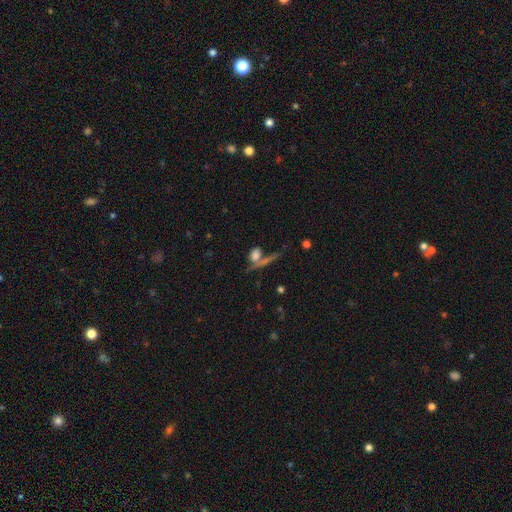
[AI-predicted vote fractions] Q: Smooth or featured?
A: smooth (68%); runner-up: featured or disk (18%)
Q: How rounded?
A: in between (48%); runner-up: round (32%)
Q: Merging?
A: none (50%); runner-up: merger (30%)